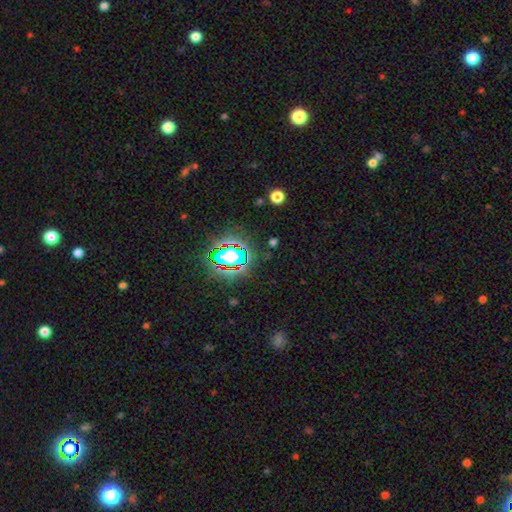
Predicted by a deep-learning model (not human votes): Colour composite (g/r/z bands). It shows a star or artifact, not a galaxy (79%).